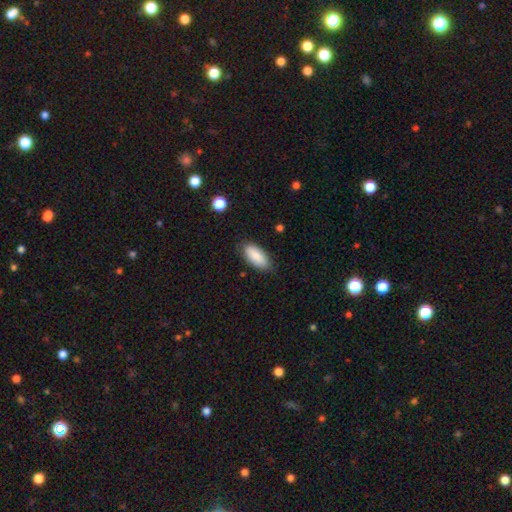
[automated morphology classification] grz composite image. It shows a smooth galaxy with no disk features (87%) that is in between round and cigar-shaped (87%). Merging: none (83%).